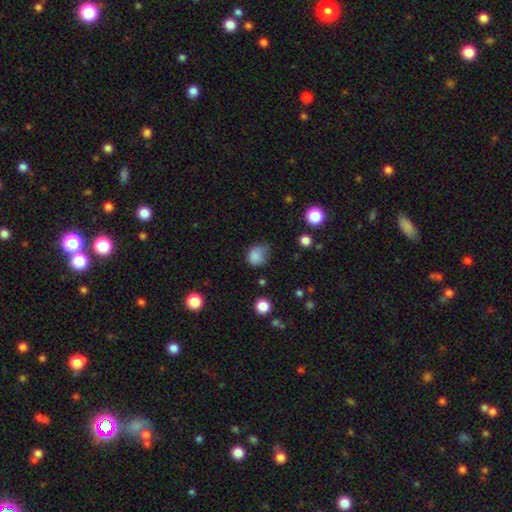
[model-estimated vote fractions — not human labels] A smooth galaxy with no disk features (82%) that is round (60%).

Vote fractions:
- Smooth or featured? smooth: 82% / star or artifact: 11% / featured or disk: 7%
- How rounded? round: 60% / in between: 39% / cigar-shaped: 1%
- Merging? none: 42% / minor disturbance: 40% / major disturbance: 16% / merger: 3%